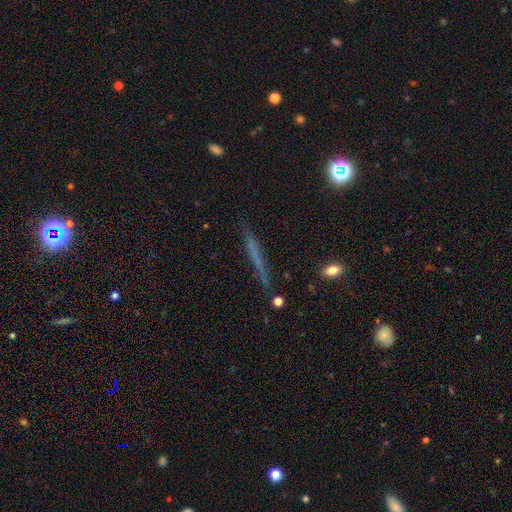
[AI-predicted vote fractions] Q: Smooth or featured?
A: smooth (46%); runner-up: featured or disk (42%)
Q: Merging?
A: none (83%); runner-up: minor disturbance (11%)